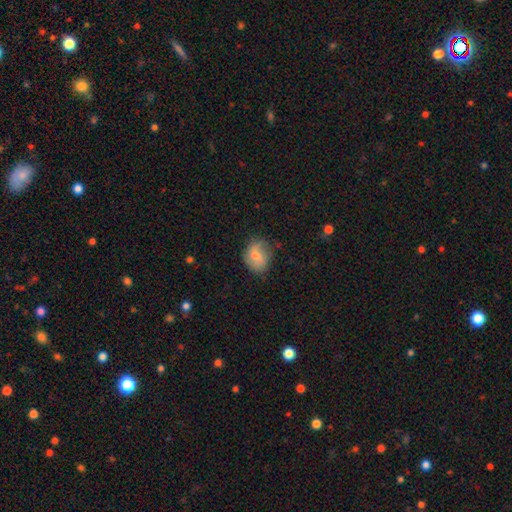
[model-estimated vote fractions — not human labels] Smooth or featured? Predicted: smooth (p=0.51). How rounded? Predicted: in between (p=0.59). Merging? Predicted: none (p=0.68).